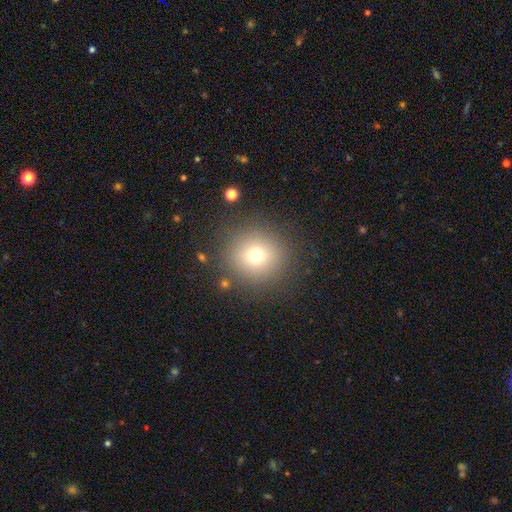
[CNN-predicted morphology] The model was most divided on "smooth or featured": smooth: 72%, star or artifact: 17%, featured or disk: 12%. More confident: how rounded — round (93%); merging — none (86%).